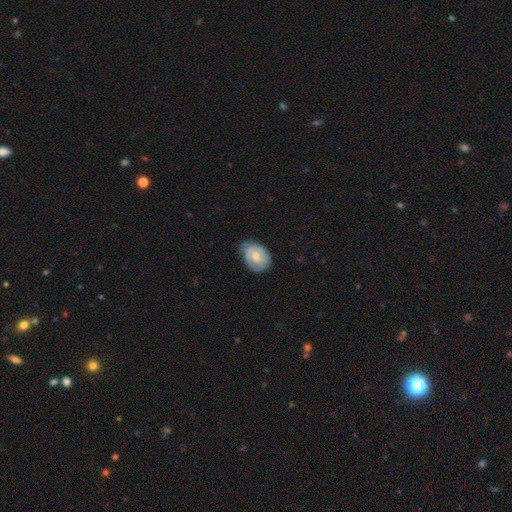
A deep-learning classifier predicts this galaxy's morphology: Smooth or featured: featured or disk — 55% (smooth — 39%)
Edge-on disk: no — 96% (yes — 4%)
Bar: no — 62% (weak — 33%)
Spiral arms: yes — 79% (no — 21%)
Bulge size: moderate — 54% (small — 35%)
Merging: none — 64% (minor disturbance — 28%)